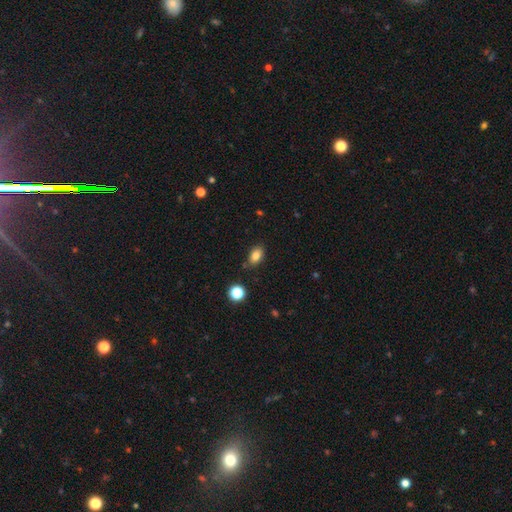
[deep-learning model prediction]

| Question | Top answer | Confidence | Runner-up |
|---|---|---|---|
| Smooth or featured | smooth | 83% | star or artifact (10%) |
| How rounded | in between | 85% | round (13%) |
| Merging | none | 78% | minor disturbance (14%) |